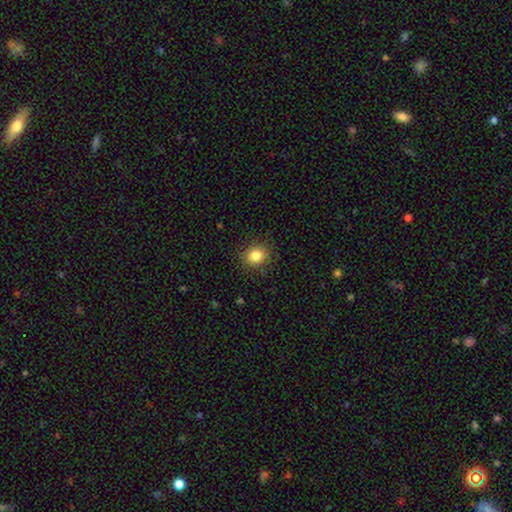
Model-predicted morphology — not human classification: Q: Smooth or featured?
A: smooth (84%); runner-up: star or artifact (11%)
Q: How rounded?
A: round (78%); runner-up: in between (21%)
Q: Merging?
A: none (89%); runner-up: minor disturbance (8%)